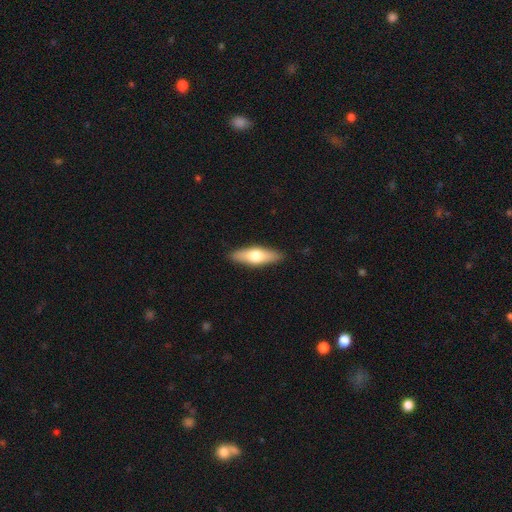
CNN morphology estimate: Overall: smooth (54%; featured or disk 41%). How rounded: cigar-shaped (50%; in between 47%). Merging: none (89%).